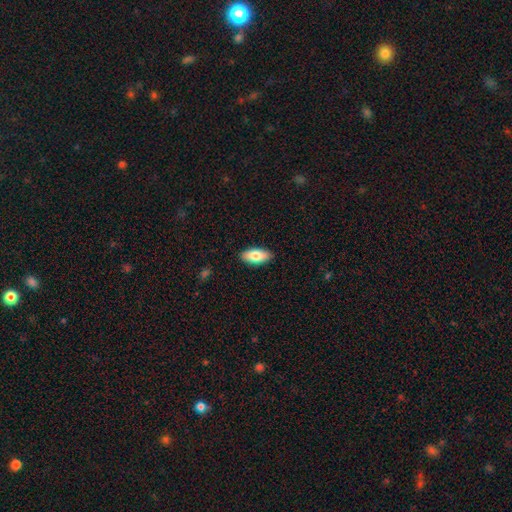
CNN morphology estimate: This is likely a smooth galaxy (80%). How rounded: clearly in between (89%). Merging: clearly none (88%).